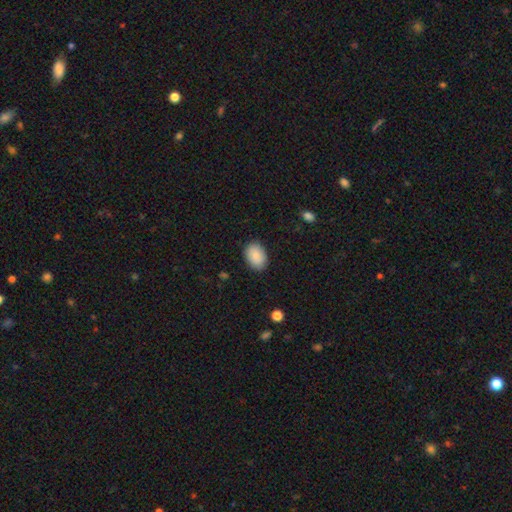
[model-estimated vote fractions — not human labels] Q: Smooth or featured?
A: smooth (89%); runner-up: star or artifact (6%)
Q: How rounded?
A: in between (82%); runner-up: round (17%)
Q: Merging?
A: none (87%); runner-up: minor disturbance (9%)